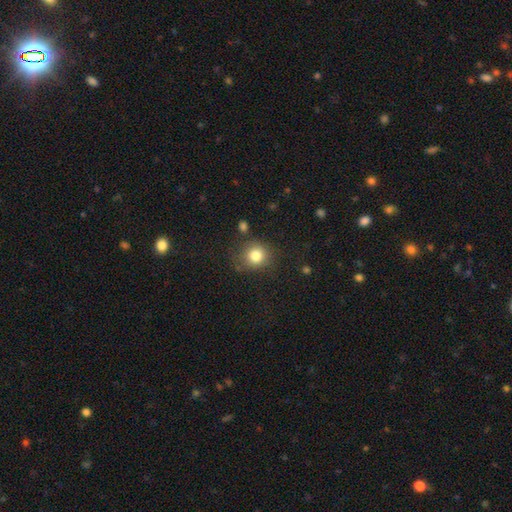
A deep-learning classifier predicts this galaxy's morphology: smooth_or_featured: smooth (p=0.83) [alt: star or artifact p=0.11]
how_rounded: round (p=0.84) [alt: in between p=0.15]
merging: none (p=0.77) [alt: minor disturbance p=0.15]